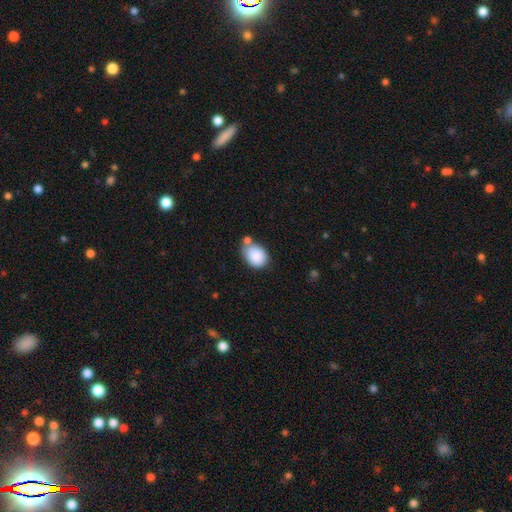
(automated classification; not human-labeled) smooth 87%, star or artifact 8%, featured or disk 5%. Down the decision tree: how rounded — in between (67%); merging — none (50%).